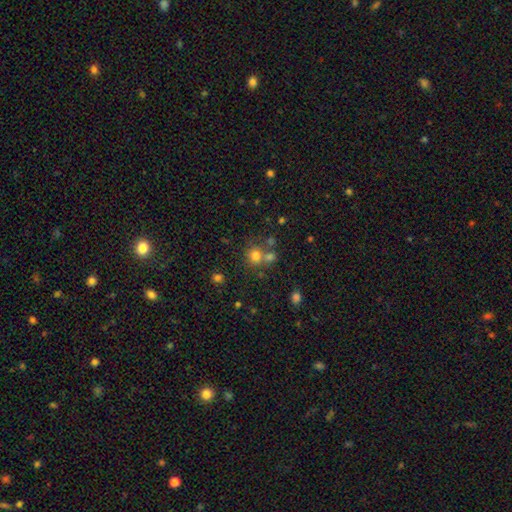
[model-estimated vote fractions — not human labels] Overall: smooth (73%). How rounded: round (86%). Merging: none (59%; merger 28%).